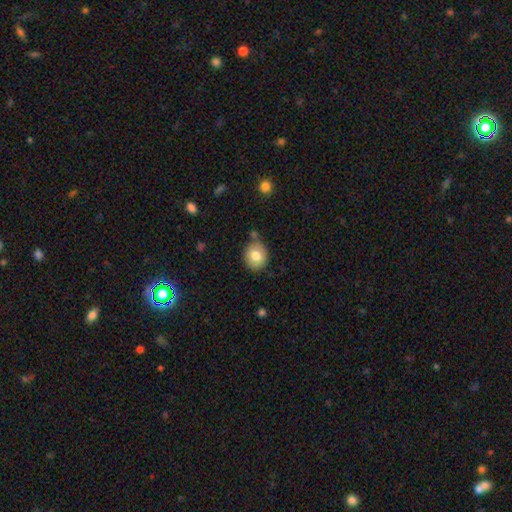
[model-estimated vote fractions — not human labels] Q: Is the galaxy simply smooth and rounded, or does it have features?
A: smooth — 79%.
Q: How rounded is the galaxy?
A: round — 75%.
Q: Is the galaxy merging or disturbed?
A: none — 77%.